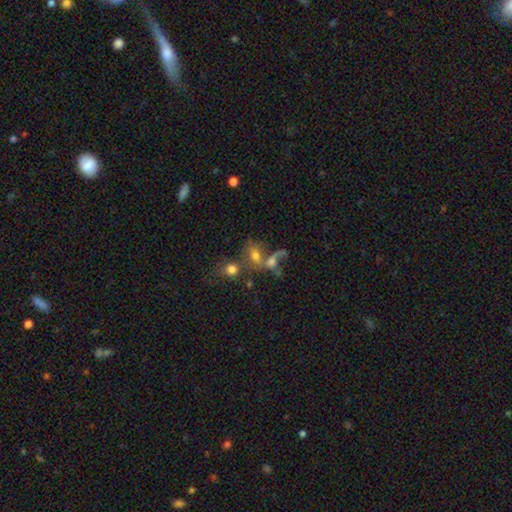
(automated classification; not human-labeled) Overall: smooth (52%; featured or disk 31%). How rounded: in between (61%; round 35%). Merging: merger (55%; none 23%).